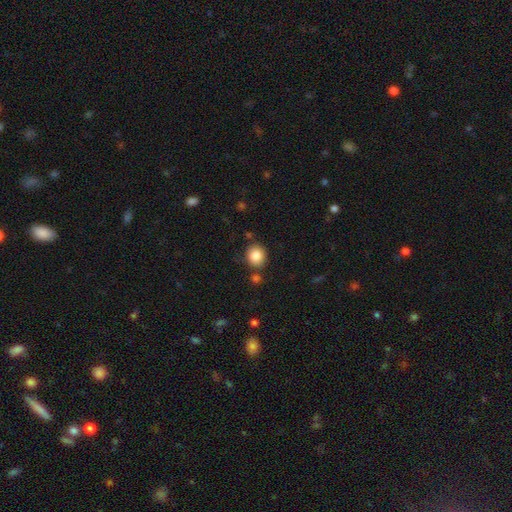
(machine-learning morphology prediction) smooth_or_featured: smooth (p=0.86) [alt: star or artifact p=0.09]
how_rounded: round (p=0.75) [alt: in between p=0.24]
merging: none (p=0.80) [alt: minor disturbance p=0.11]